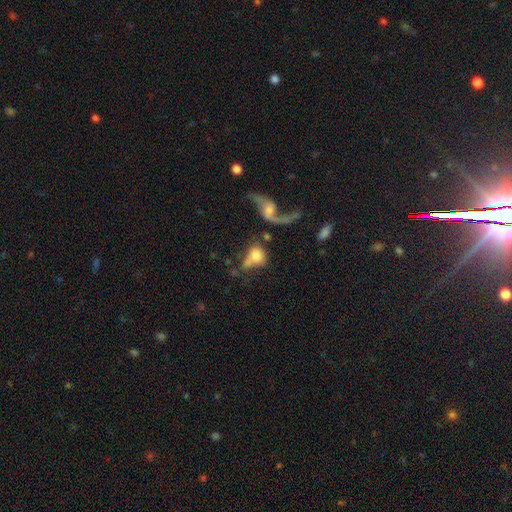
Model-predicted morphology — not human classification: smooth 58%, featured or disk 32%, star or artifact 10%. Down the decision tree: how rounded — in between (53%); merging — merger (36%).